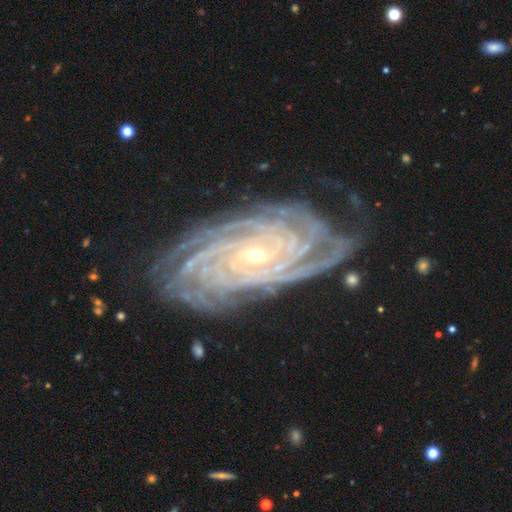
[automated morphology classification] smooth-or-featured: featured or disk: 92% | star or artifact: 5% | smooth: 3%
  disk-edge-on: no: 96% | yes: 4%
    bar: no: 57% | weak: 26% | strong: 17%
    has-spiral-arms: yes: 99% | no: 1%
      spiral-winding: tight: 86% | medium: 12% | loose: 2%
      spiral-arm-count: more than 4: 35% | 4: 24% | can't tell: 15% | 3: 10% | 2: 8% | 1: 7%
    bulge-size: small: 72% | moderate: 25% | large: 1% | none: 1% | dominant: 1%
  merging: none: 75% | minor disturbance: 17% | major disturbance: 6% | merger: 2%